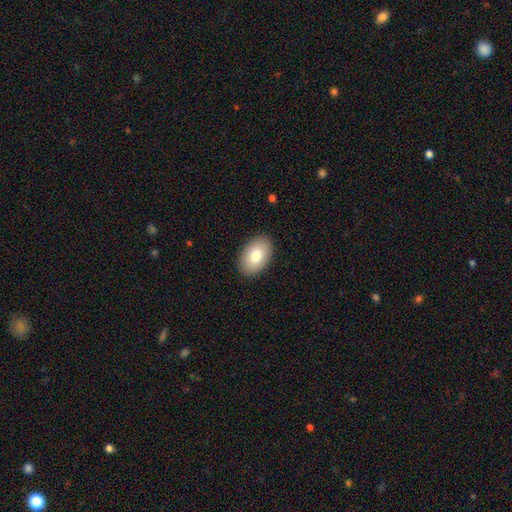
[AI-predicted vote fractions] This appears to be a smooth galaxy with no disk features (80%) that is in between round and cigar-shaped (92%). Merging: none (89%).